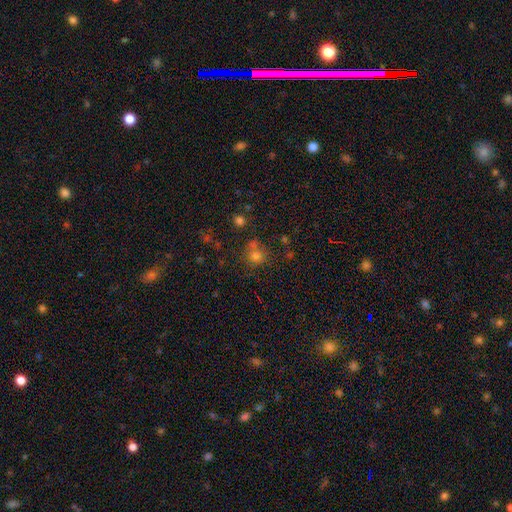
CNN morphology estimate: This is likely a smooth galaxy (73%). How rounded: clearly round (84%). Merging: possibly none (59%).